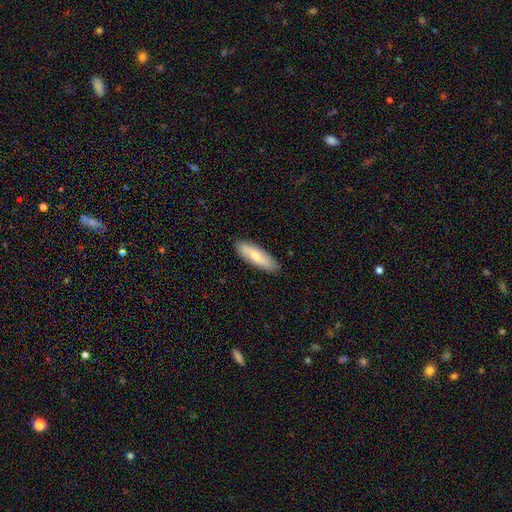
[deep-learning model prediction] Smooth or featured: smooth — 71% (featured or disk — 24%)
How rounded: in between — 49% (tied with cigar-shaped — 49%)
Merging: none — 87% (minor disturbance — 10%)